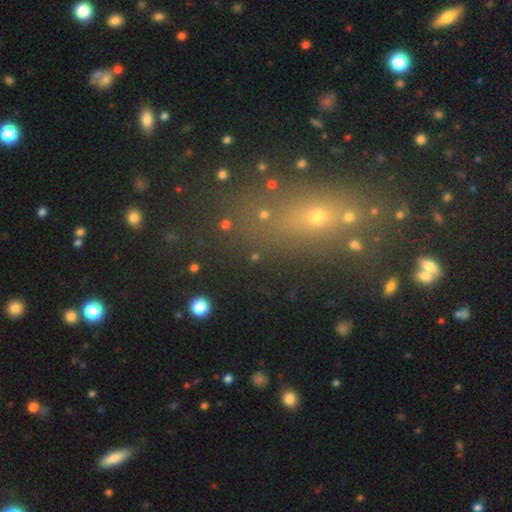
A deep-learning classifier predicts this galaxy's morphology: A smooth galaxy with no disk features (47%).

Vote fractions:
- Smooth or featured? smooth: 47% / star or artifact: 39% / featured or disk: 14%
- Merging? none: 72% / minor disturbance: 11% / merger: 10% / major disturbance: 7%